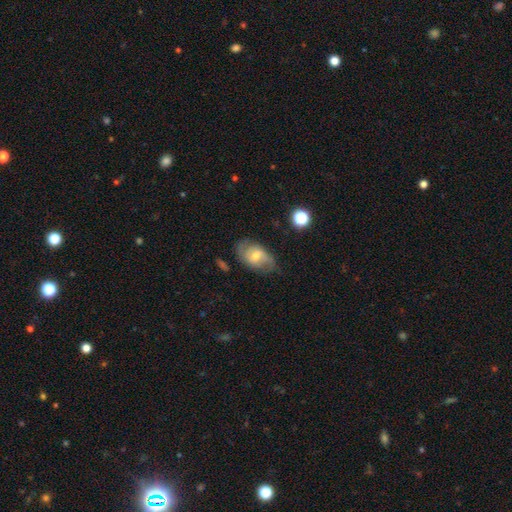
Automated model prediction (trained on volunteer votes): This is possibly a featured or disk galaxy (54%). It is clearly not viewed edge-on (94%). Bar: possibly weak (46%). Spiral arm pattern: likely yes (79%). Central bulge: possibly moderate (54%). Merging: likely none (64%).